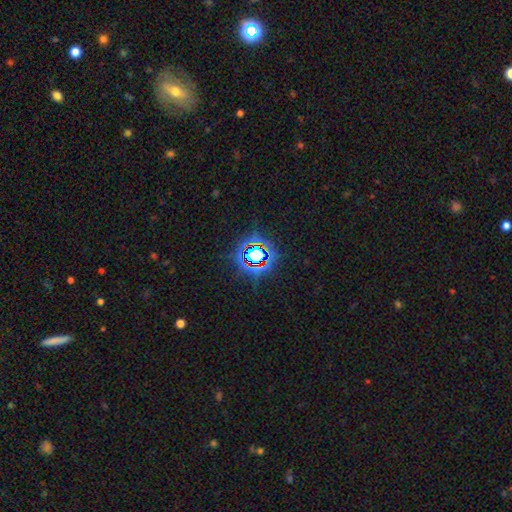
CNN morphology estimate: The model was most divided on "smooth or featured": star or artifact: 74%, smooth: 15%, featured or disk: 11%.